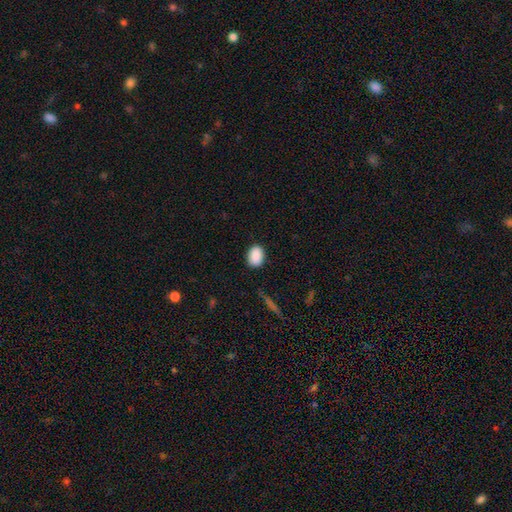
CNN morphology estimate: type=smooth (90%); roundness=in between (76%); merging=none (87%).